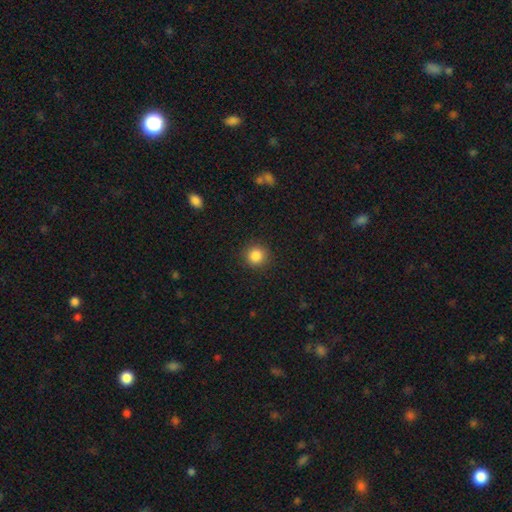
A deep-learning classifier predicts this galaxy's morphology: This is clearly a smooth galaxy (86%). How rounded: clearly round (92%). Merging: clearly none (90%).